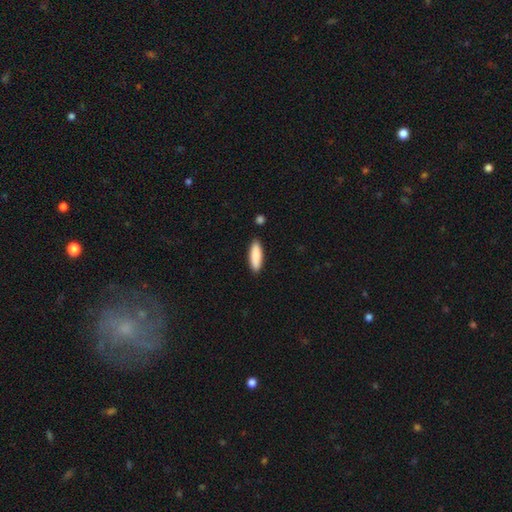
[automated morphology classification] Smooth or featured? smooth (88%)
How rounded? cigar-shaped (53%)
Merging? none (87%)